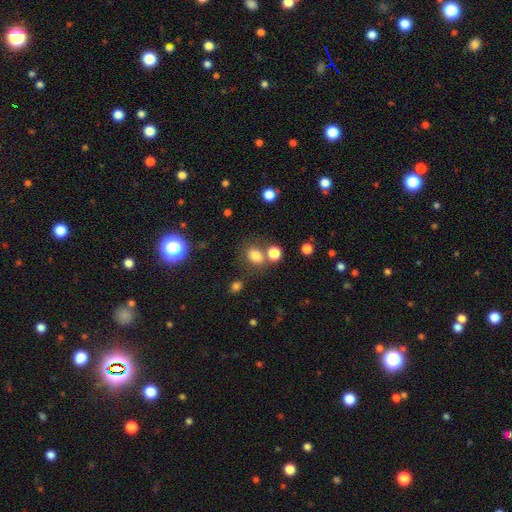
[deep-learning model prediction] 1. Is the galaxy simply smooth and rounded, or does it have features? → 79% smooth, 14% star or artifact, 7% featured or disk.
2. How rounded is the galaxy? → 49% in between (tied), 49% round (tied), 1% cigar-shaped.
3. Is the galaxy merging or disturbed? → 64% none, 19% merger, 12% minor disturbance, 5% major disturbance.